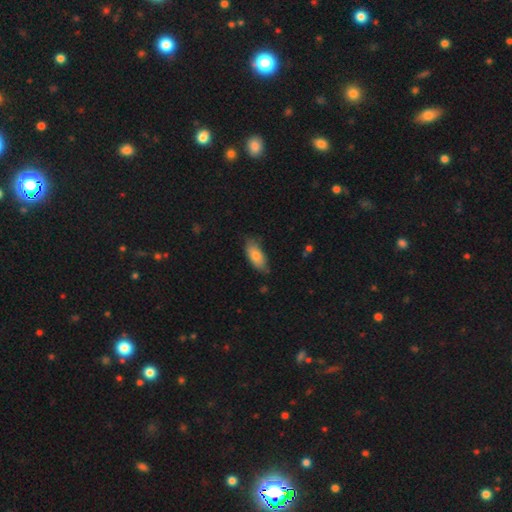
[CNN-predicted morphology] Q: Smooth or featured?
A: smooth (77%); runner-up: featured or disk (16%)
Q: How rounded?
A: in between (85%); runner-up: cigar-shaped (13%)
Q: Merging?
A: none (73%); runner-up: minor disturbance (22%)